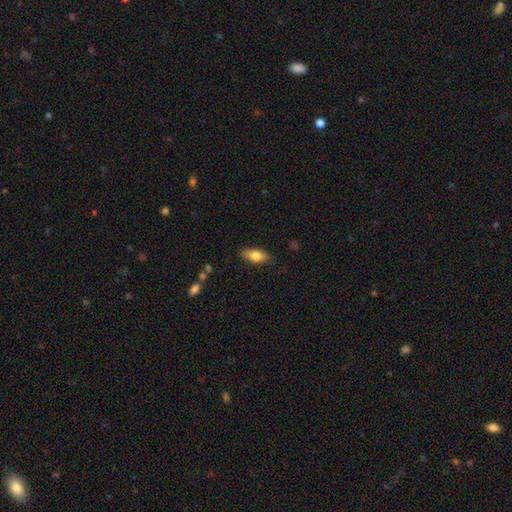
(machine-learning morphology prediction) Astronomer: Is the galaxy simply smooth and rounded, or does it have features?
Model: smooth — 76%.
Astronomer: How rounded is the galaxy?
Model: in between — 80%.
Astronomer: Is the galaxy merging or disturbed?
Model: none — 82%.